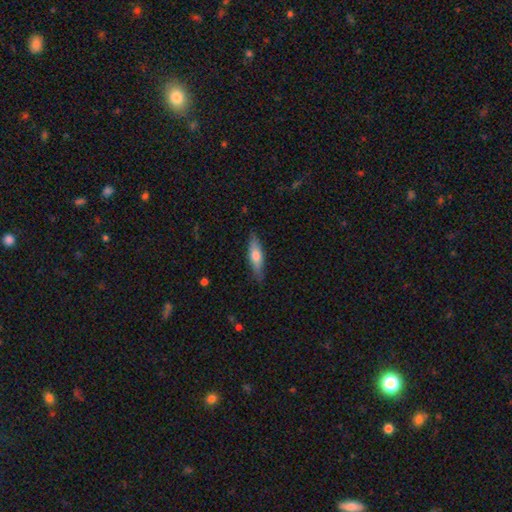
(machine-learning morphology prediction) Overall: smooth (61%; featured or disk 34%). How rounded: cigar-shaped (60%; in between 38%). Merging: none (83%).